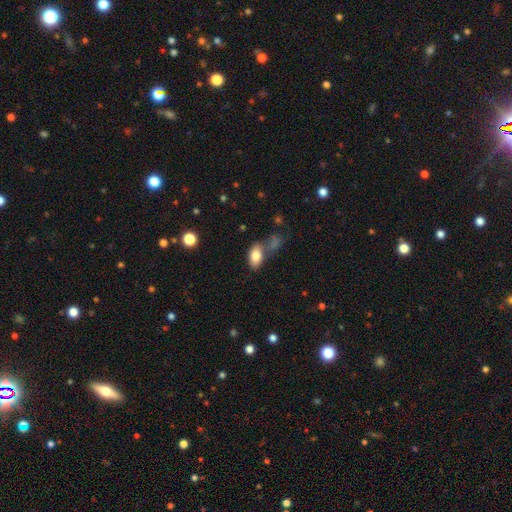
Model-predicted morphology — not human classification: type=smooth (82%); roundness=in between (91%); merging=none (58%).